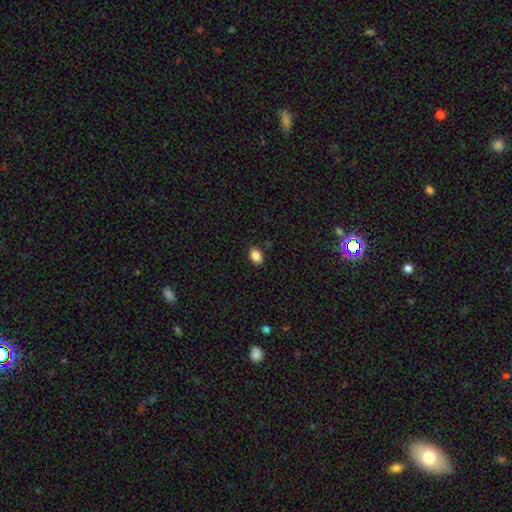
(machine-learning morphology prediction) A smooth galaxy with no disk features (87%) that is in between round and cigar-shaped (82%).

Vote fractions:
- Smooth or featured? smooth: 87% / star or artifact: 9% / featured or disk: 4%
- How rounded? in between: 82% / round: 17% / cigar-shaped: 1%
- Merging? none: 85% / minor disturbance: 11% / major disturbance: 2% / merger: 2%